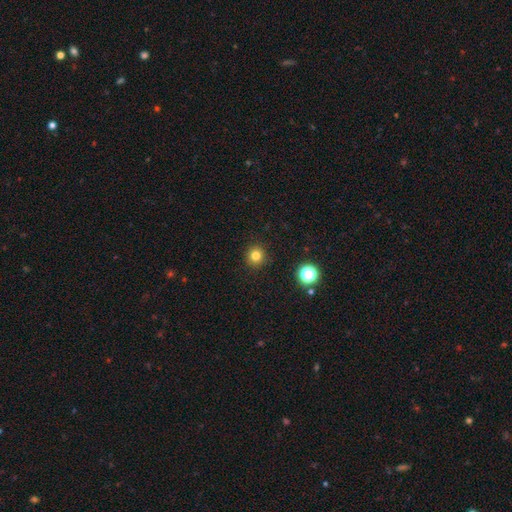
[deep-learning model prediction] This is likely a smooth galaxy (79%). How rounded: clearly round (94%). Merging: clearly none (92%).